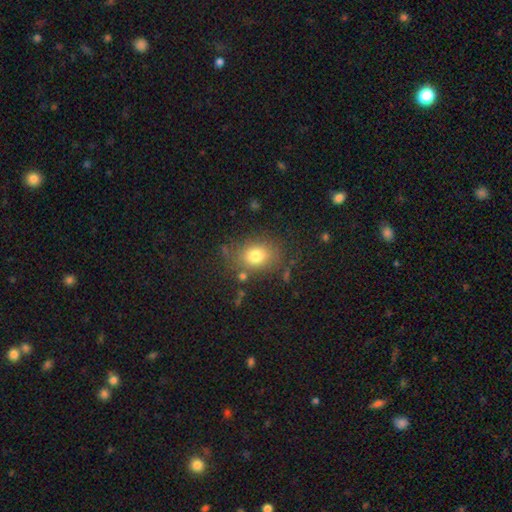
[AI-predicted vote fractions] Smooth or featured? smooth (77%)
How rounded? in between (52%)
Merging? none (77%)